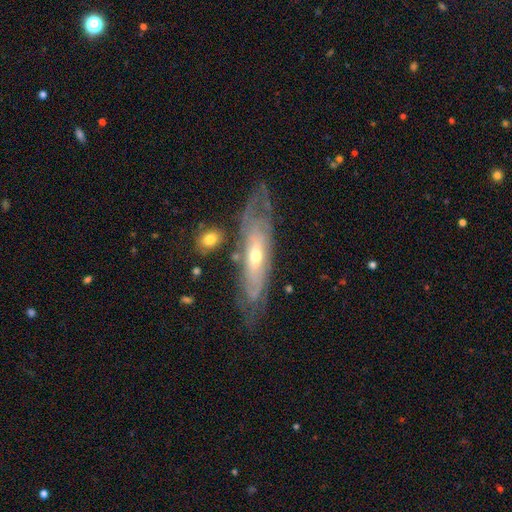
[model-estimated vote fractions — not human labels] The model was most divided on "bulge size": small: 50%, moderate: 46%, large: 2%, none: 1%, dominant: 1%. More confident: spiral arms — yes (81%); smooth or featured — featured or disk (80%); edge-on disk — no (74%); bar — no (70%); merging — none (67%).